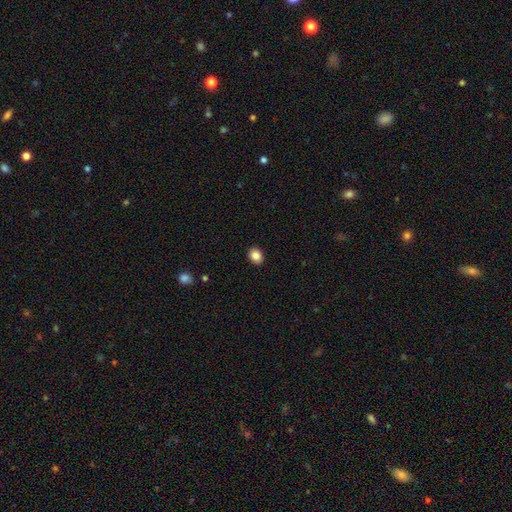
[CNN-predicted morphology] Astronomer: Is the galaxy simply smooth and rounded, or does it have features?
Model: smooth — 86%.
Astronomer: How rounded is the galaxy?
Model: in between — 54% (runner-up: round, 45%).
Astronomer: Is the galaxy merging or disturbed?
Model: none — 91%.